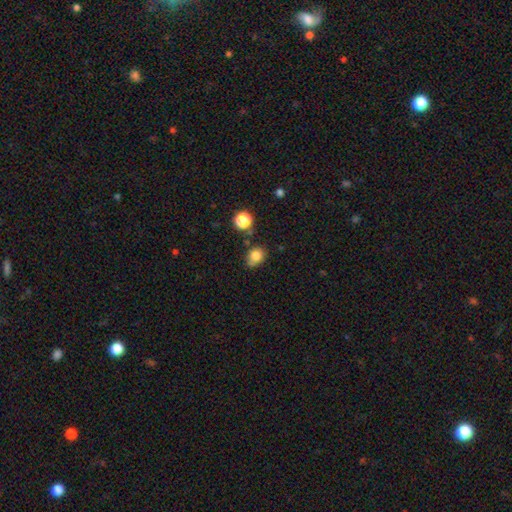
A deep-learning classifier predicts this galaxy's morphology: Smooth or featured? Predicted: smooth (p=0.80). How rounded? Predicted: round (p=0.59). Merging? Predicted: none (p=0.62).